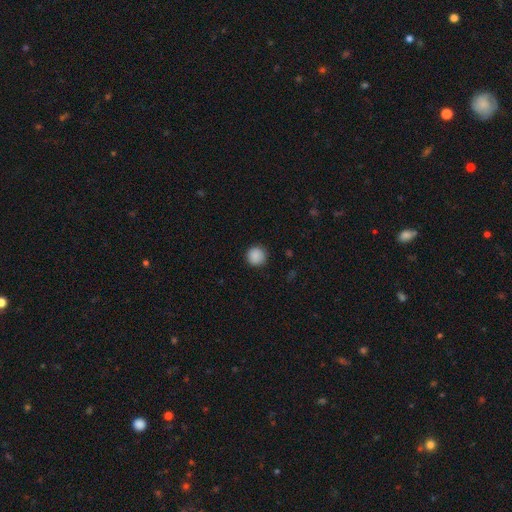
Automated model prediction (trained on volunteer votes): smooth 89%, star or artifact 9%, featured or disk 3%. Down the decision tree: how rounded — round (95%); merging — none (90%).